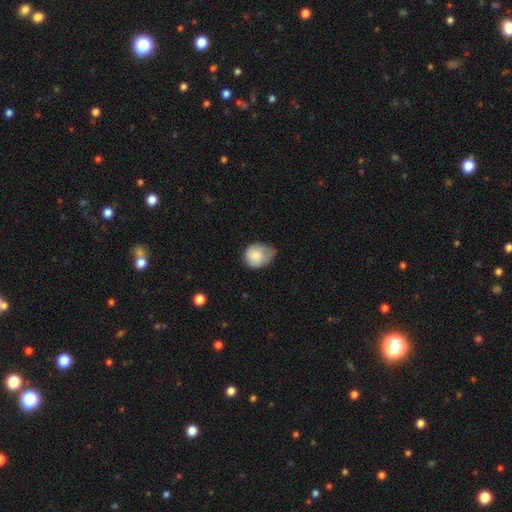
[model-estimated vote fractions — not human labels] Smooth or featured: smooth — 77% (featured or disk — 16%)
How rounded: round — 61% (in between — 38%)
Merging: minor disturbance — 48% (none — 35%)